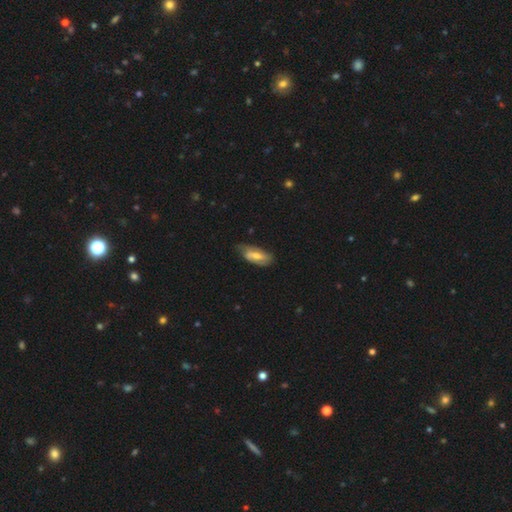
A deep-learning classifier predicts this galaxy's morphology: Smooth or featured? Predicted: featured or disk (p=0.49). Merging? Predicted: none (p=0.60).